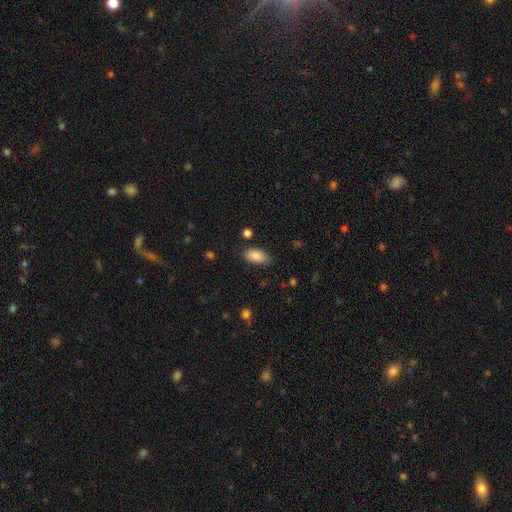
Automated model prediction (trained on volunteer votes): Smooth or featured? smooth (86%)
How rounded? in between (91%)
Merging? none (75%)